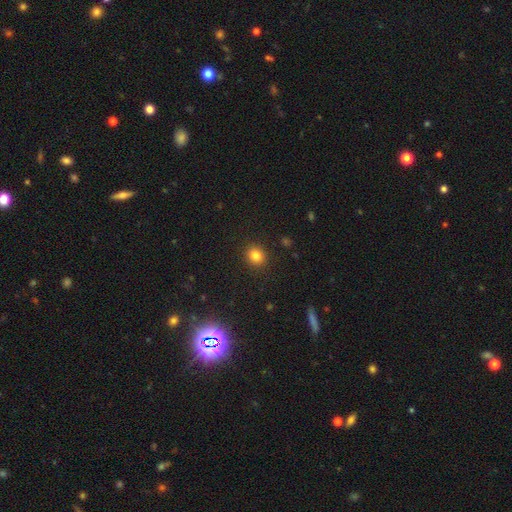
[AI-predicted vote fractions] Smooth or featured? smooth (82%)
How rounded? round (82%)
Merging? none (91%)